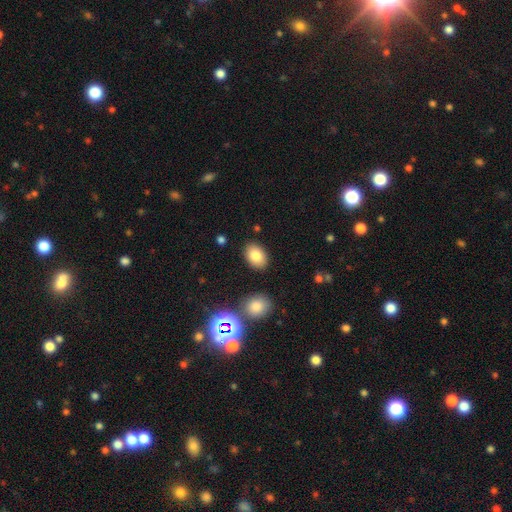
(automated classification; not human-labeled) Smooth or featured?
  - smooth: 82% *
  - star or artifact: 9%
  - featured or disk: 9%
How rounded?
  - in between: 83% *
  - round: 16%
  - cigar-shaped: 1%
Merging?
  - none: 87% *
  - minor disturbance: 8%
  - merger: 3%
  - major disturbance: 2%